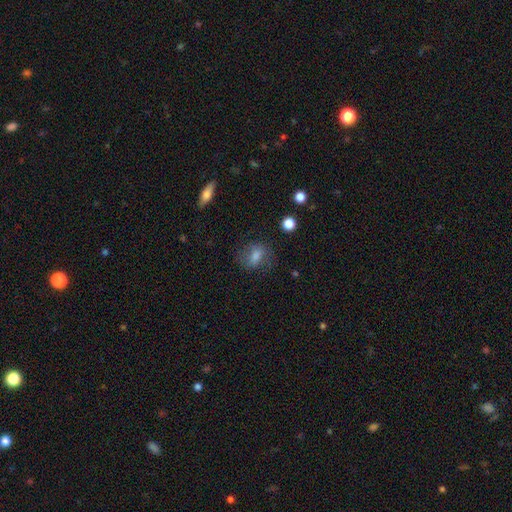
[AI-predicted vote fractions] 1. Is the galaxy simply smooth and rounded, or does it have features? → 65% smooth, 22% featured or disk, 13% star or artifact.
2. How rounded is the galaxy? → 62% in between, 34% round, 4% cigar-shaped.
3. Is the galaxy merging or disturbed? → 71% none, 18% minor disturbance, 9% major disturbance, 2% merger.